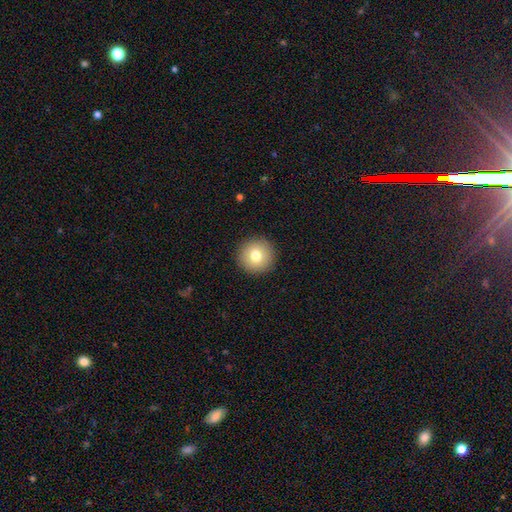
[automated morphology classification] This is likely a smooth galaxy (77%). How rounded: clearly round (95%). Merging: clearly none (92%).